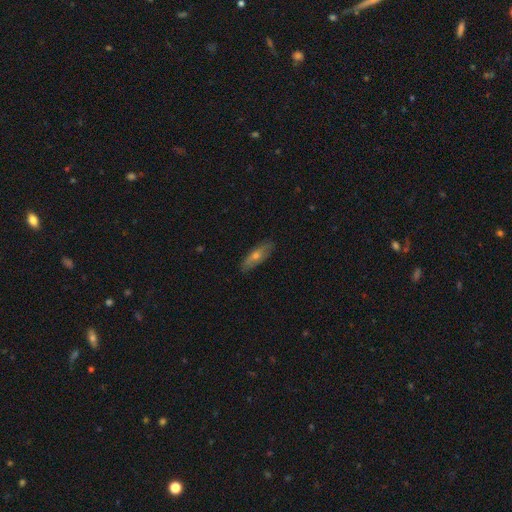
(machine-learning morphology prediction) Overall: smooth (47%; featured or disk 45%). Merging: none (84%).